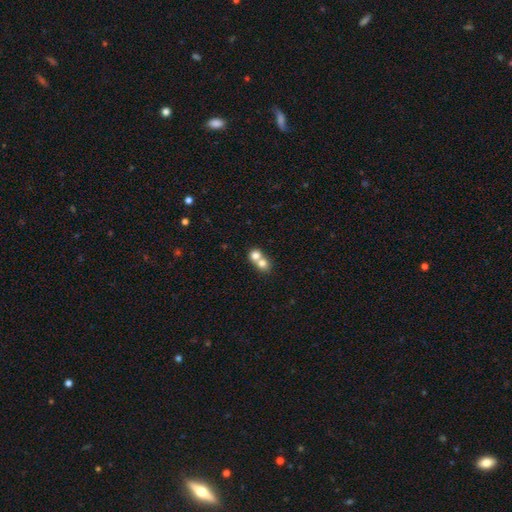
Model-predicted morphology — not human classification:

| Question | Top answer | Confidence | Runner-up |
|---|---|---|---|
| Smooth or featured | smooth | 75% | featured or disk (15%) |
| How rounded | round | 77% | in between (22%) |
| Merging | merger | 68% | none (26%) |